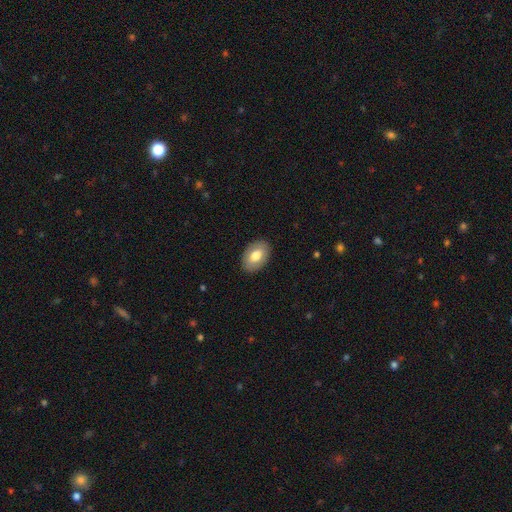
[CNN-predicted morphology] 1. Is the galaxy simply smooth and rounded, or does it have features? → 75% smooth, 19% featured or disk, 6% star or artifact.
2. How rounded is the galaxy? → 89% in between, 10% round, 1% cigar-shaped.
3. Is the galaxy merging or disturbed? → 88% none, 8% minor disturbance, 2% major disturbance, 1% merger.